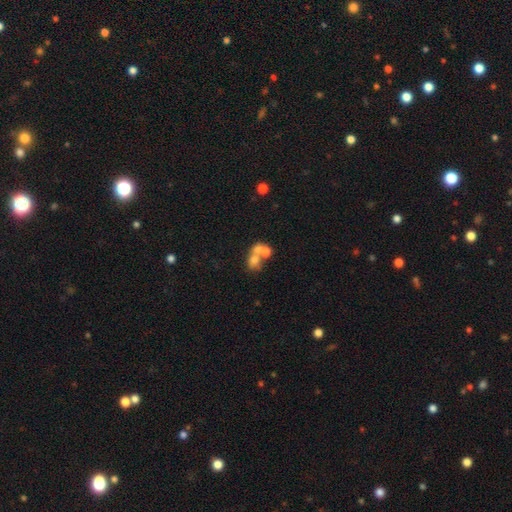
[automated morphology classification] This is possibly a smooth galaxy (58%). How rounded: possibly round (55%). Merging: likely merger (65%).